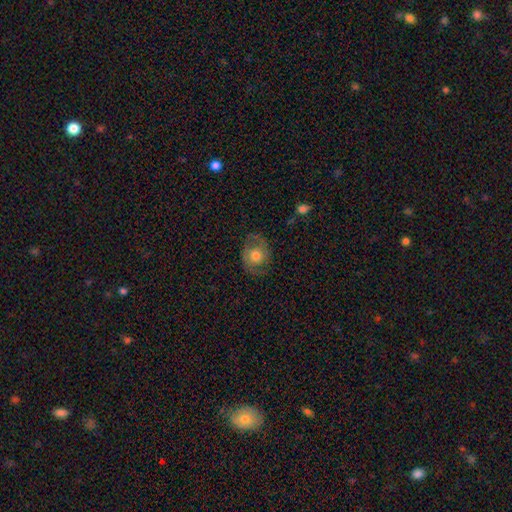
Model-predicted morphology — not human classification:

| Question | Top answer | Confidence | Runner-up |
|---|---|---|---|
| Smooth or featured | featured or disk | 49% | smooth (43%) |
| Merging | none | 72% | minor disturbance (18%) |